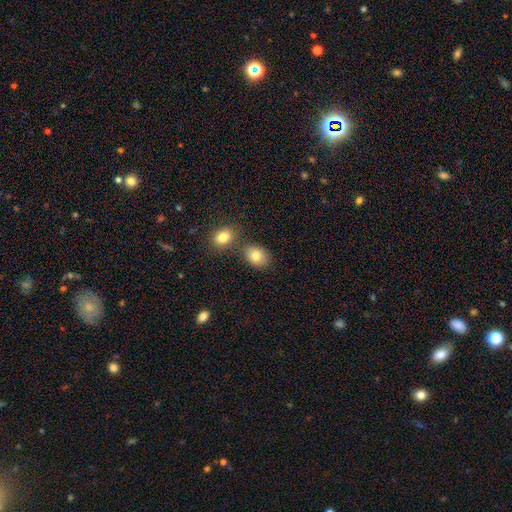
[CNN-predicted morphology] Overall: smooth (81%). How rounded: in between (64%; round 35%). Merging: none (67%).